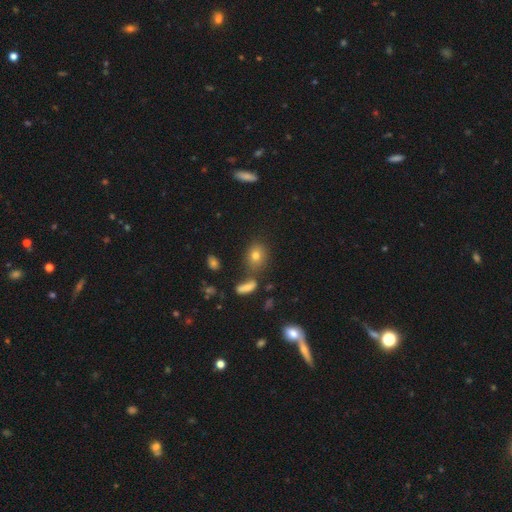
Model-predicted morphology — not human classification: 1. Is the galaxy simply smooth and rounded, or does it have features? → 75% smooth, 13% star or artifact, 12% featured or disk.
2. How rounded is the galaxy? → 51% round, 47% in between, 2% cigar-shaped.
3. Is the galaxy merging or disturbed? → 71% none, 13% minor disturbance, 12% merger, 5% major disturbance.